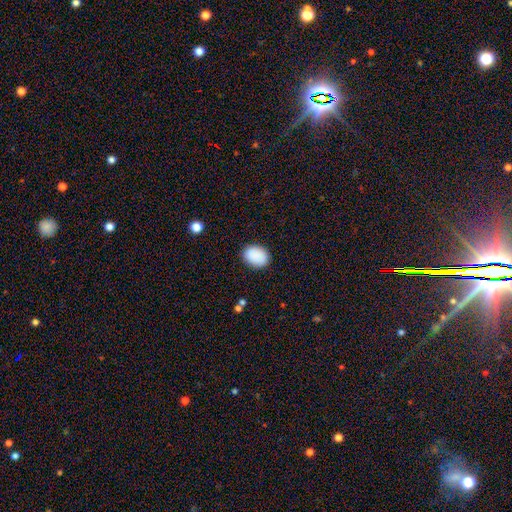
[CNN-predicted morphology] This appears to be a smooth galaxy with no disk features (90%) that is in between round and cigar-shaped (70%). Merging: none (88%).